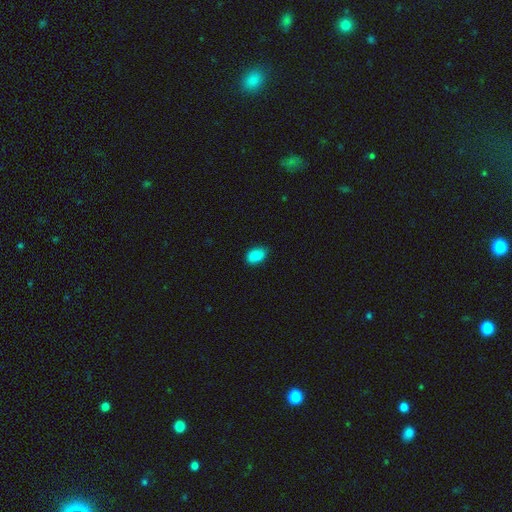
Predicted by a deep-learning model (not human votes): A smooth galaxy with no disk features (88%) that is in between round and cigar-shaped (85%).

Vote fractions:
- Smooth or featured? smooth: 88% / star or artifact: 8% / featured or disk: 4%
- How rounded? in between: 85% / round: 13% / cigar-shaped: 1%
- Merging? none: 78% / minor disturbance: 18% / major disturbance: 3% / merger: 1%